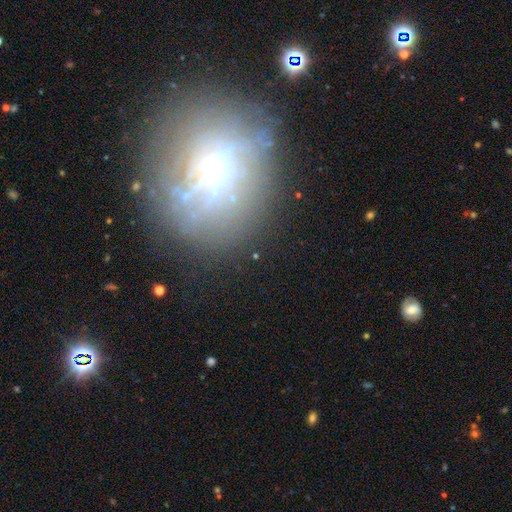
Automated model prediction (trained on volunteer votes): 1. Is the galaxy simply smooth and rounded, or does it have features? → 43% featured or disk, 31% star or artifact, 25% smooth.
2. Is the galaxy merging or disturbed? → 76% none, 13% minor disturbance, 8% major disturbance, 3% merger.